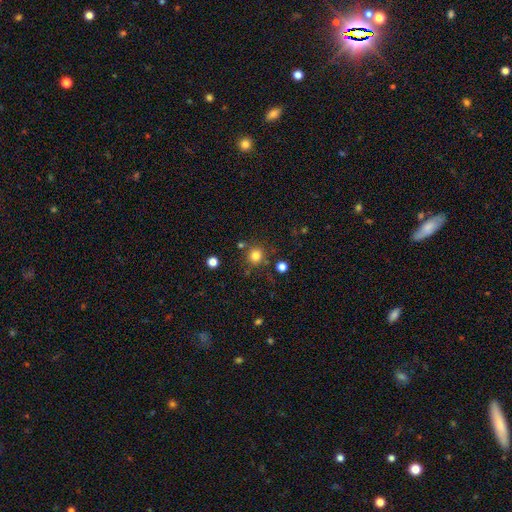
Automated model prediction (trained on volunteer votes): Smooth or featured? smooth (80%)
How rounded? round (91%)
Merging? none (80%)